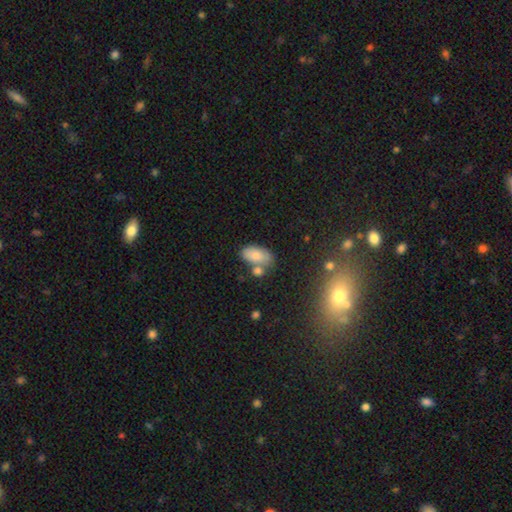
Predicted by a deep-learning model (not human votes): This appears to be a smooth galaxy with no disk features (79%) that is in between round and cigar-shaped (93%). Merging: none (55%).